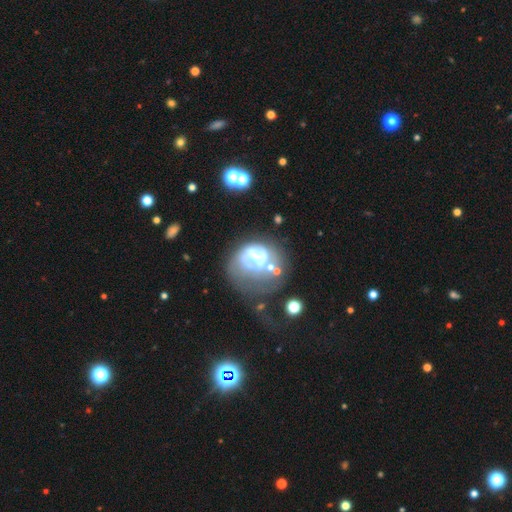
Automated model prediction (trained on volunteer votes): Smooth or featured: featured or disk — 57% (smooth — 30%)
Edge-on disk: no — 97% (yes — 3%)
Bar: no — 58% (weak — 24%)
Spiral arms: no — 77% (yes — 23%)
Bulge size: moderate — 35% (none — 23%)
Merging: major disturbance — 41% (none — 23%)